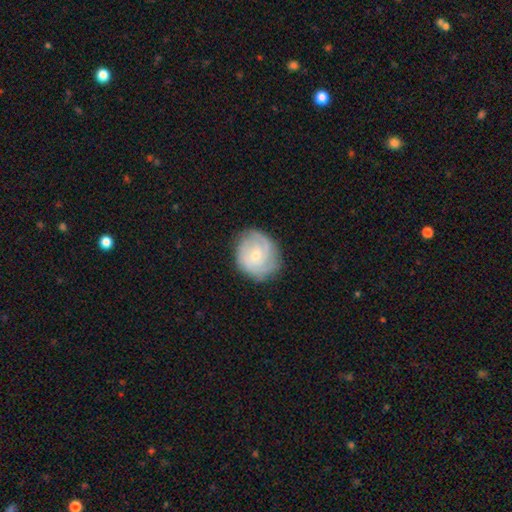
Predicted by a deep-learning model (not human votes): Smooth or featured? featured or disk (77%)
Edge-on disk? no (98%)
Bar? no (69%)
Spiral arms? yes (95%)
Spiral winding? tight (68%)
Spiral arm count? 2 (30%)
Bulge size? small (60%)
Merging? none (80%)